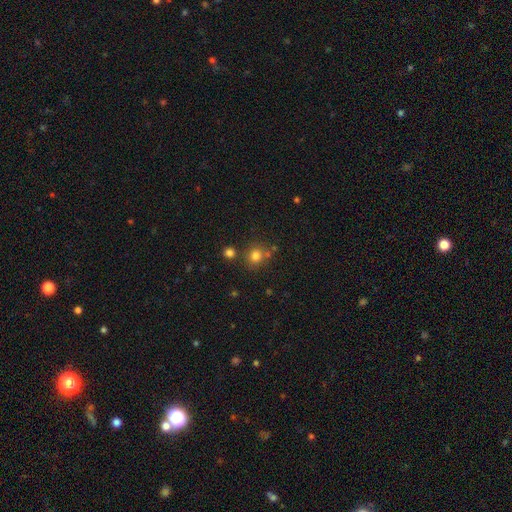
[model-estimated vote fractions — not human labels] This appears to be a smooth galaxy with no disk features (78%) that is round (85%). Merging: none (73%).